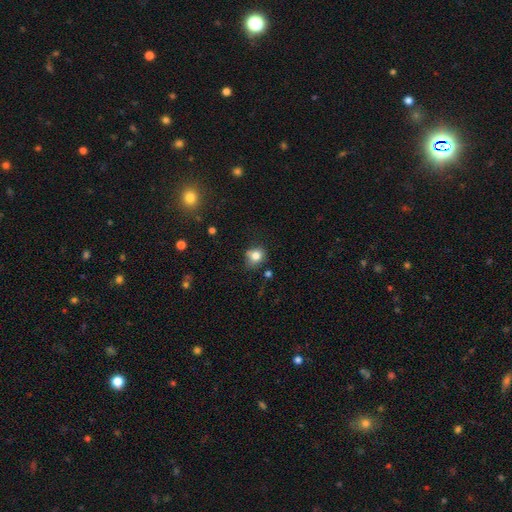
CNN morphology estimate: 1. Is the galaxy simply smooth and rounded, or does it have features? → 79% smooth, 11% star or artifact, 10% featured or disk.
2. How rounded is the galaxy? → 68% round, 31% in between, 1% cigar-shaped.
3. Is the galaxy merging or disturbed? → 59% none, 27% minor disturbance, 8% major disturbance, 7% merger.